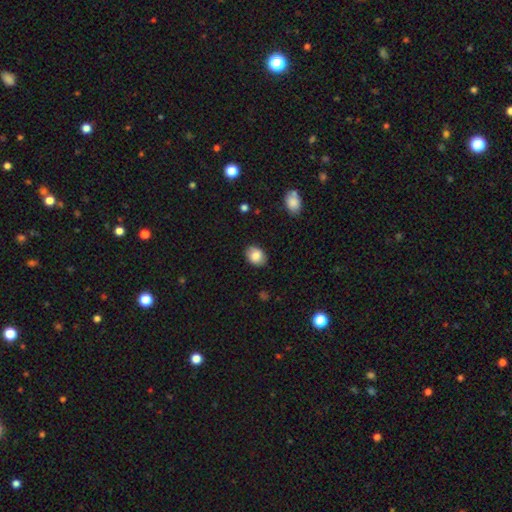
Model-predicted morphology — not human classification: Overall: smooth (83%). How rounded: in between (70%). Merging: none (85%).